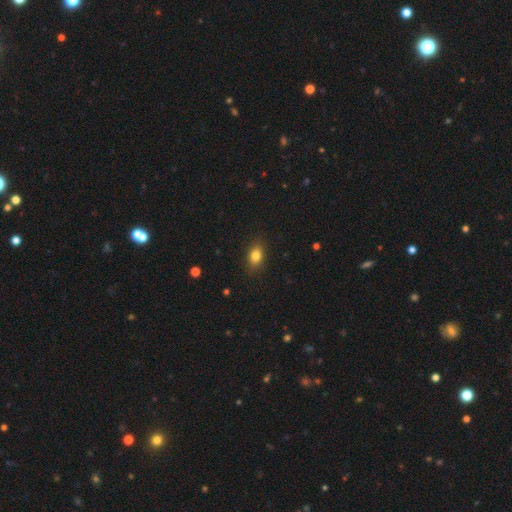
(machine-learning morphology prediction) This is clearly a smooth galaxy (82%). How rounded: likely in between (79%). Merging: clearly none (86%).